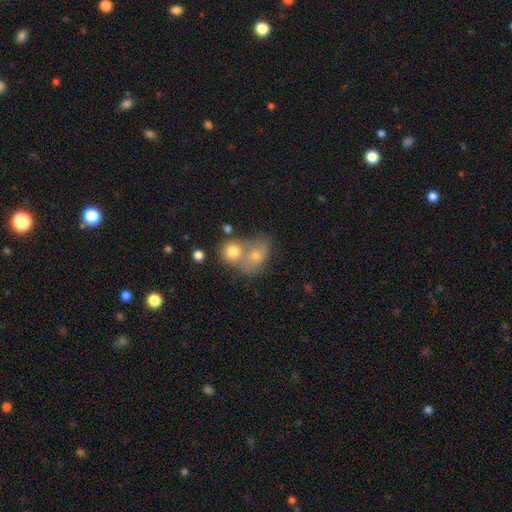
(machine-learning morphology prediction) Smooth or featured: smooth — 67% (featured or disk — 21%)
How rounded: in between — 52% (round — 46%)
Merging: merger — 57% (none — 28%)